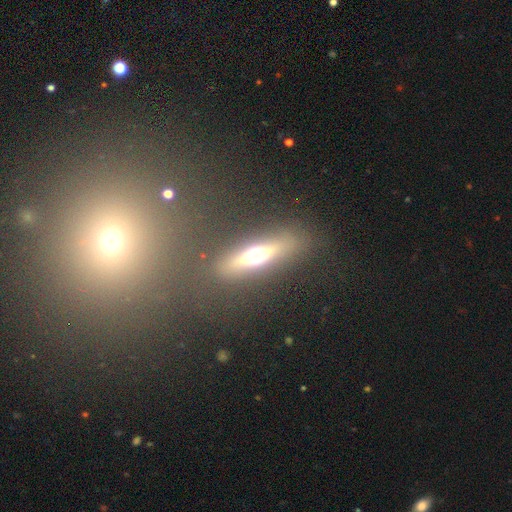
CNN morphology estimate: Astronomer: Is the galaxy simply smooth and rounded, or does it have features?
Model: featured or disk — 51% (runner-up: smooth, 36%).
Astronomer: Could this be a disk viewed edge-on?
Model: yes — 84%.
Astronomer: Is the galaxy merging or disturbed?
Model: none — 84%.